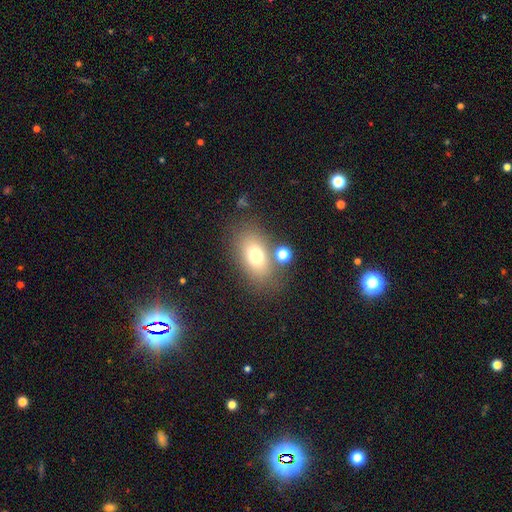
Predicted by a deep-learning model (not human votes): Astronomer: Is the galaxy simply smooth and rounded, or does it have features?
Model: smooth — 73%.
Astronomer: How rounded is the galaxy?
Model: in between — 84%.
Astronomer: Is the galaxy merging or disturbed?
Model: none — 73%.